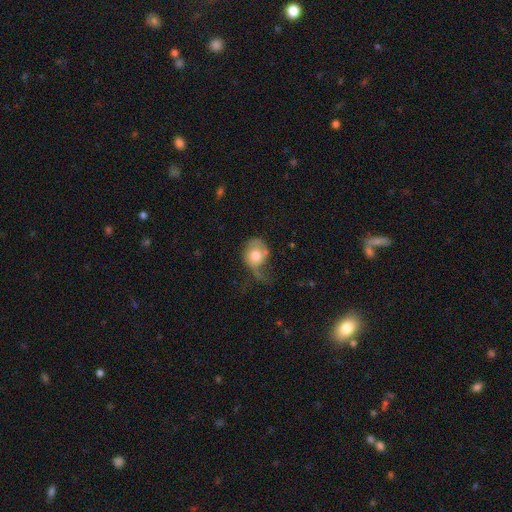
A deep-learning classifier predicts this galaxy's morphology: Smooth or featured? smooth (64%)
How rounded? round (58%)
Merging? major disturbance (47%)